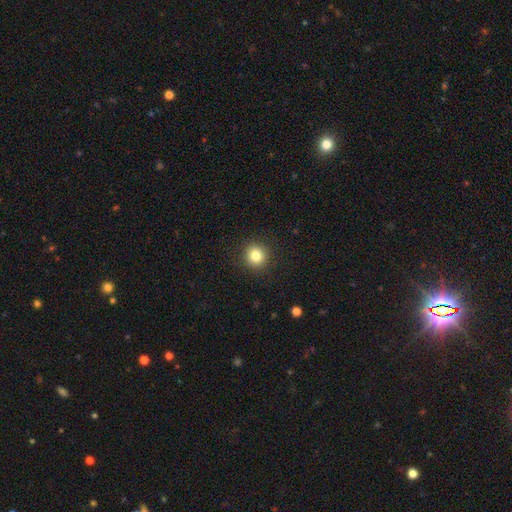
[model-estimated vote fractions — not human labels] A smooth galaxy with no disk features (82%) that is round (91%).

Vote fractions:
- Smooth or featured? smooth: 82% / star or artifact: 11% / featured or disk: 7%
- How rounded? round: 91% / in between: 8% / cigar-shaped: 1%
- Merging? none: 91% / minor disturbance: 6% / major disturbance: 2% / merger: 1%